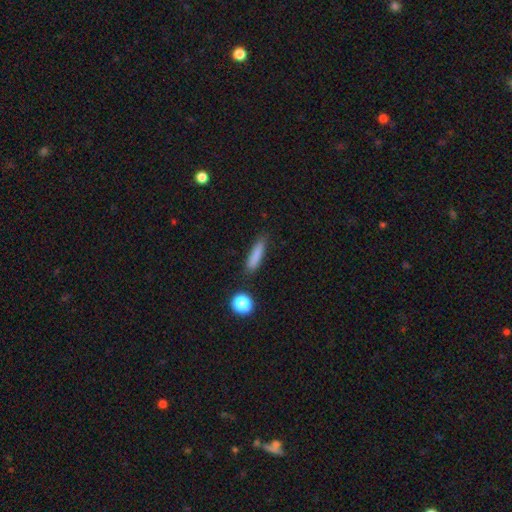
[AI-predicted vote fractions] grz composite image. It shows a smooth galaxy with no disk features (82%) that is cigar-shaped (79%). Merging: none (79%).